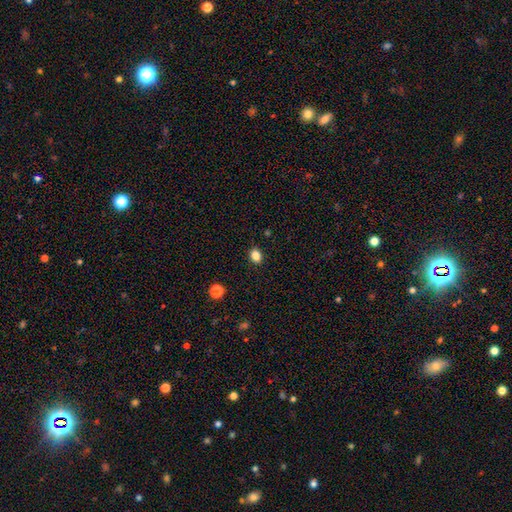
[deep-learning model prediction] smooth 84%, star or artifact 11%, featured or disk 4%. Down the decision tree: how rounded — in between (56%); merging — none (89%).